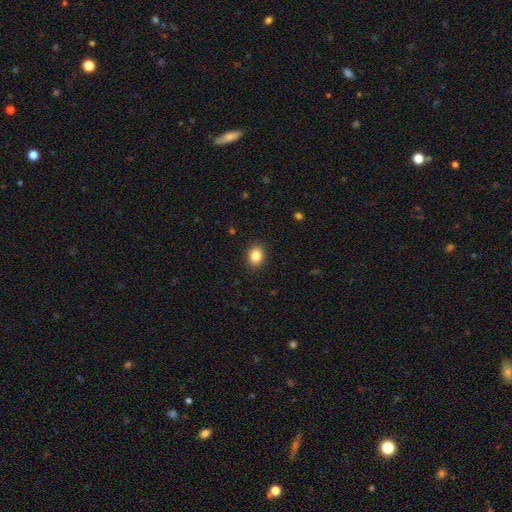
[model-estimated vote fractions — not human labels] Smooth or featured? Predicted: smooth (p=0.85). How rounded? Predicted: in between (p=0.52). Merging? Predicted: none (p=0.90).